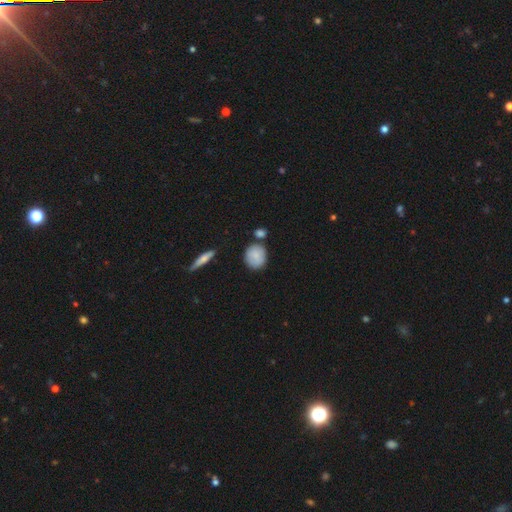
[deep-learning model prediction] The model was most divided on "how rounded": round: 71%, in between: 27%, cigar-shaped: 2%. More confident: smooth or featured — smooth (84%); merging — none (72%).